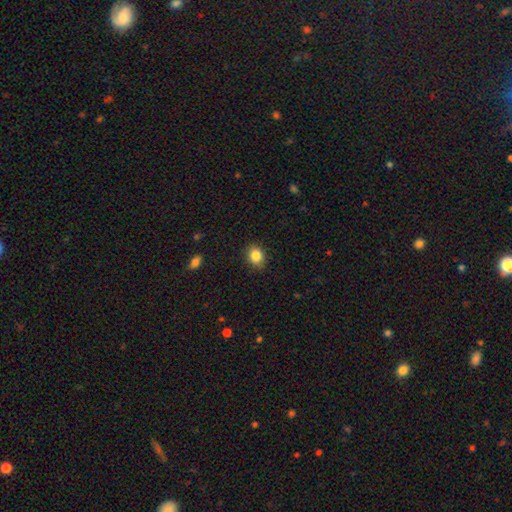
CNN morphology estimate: type=smooth (85%); roundness=round (56%); merging=none (88%).